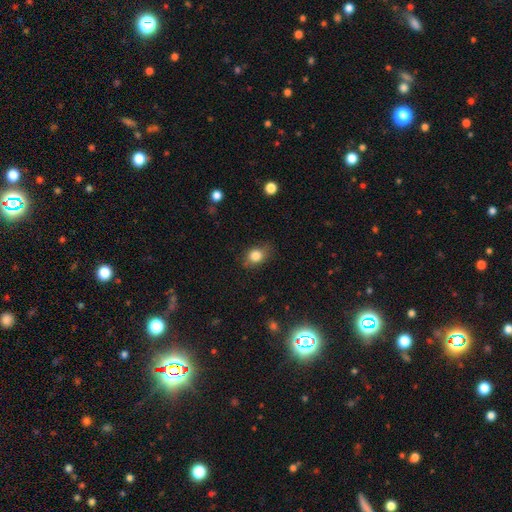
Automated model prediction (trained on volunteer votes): Overall: smooth (82%). How rounded: in between (55%; round 43%). Merging: none (73%).